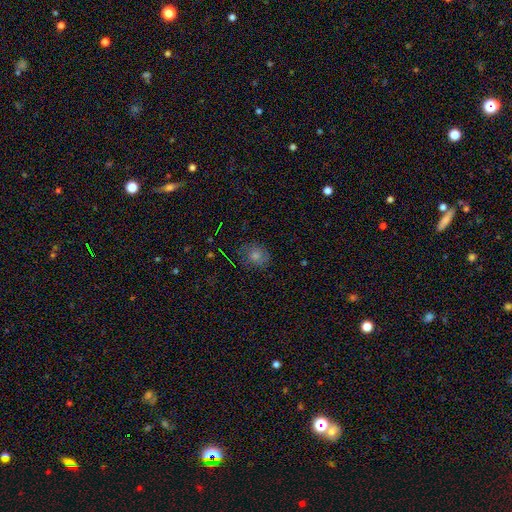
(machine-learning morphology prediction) Smooth or featured? smooth (69%)
How rounded? round (66%)
Merging? none (76%)